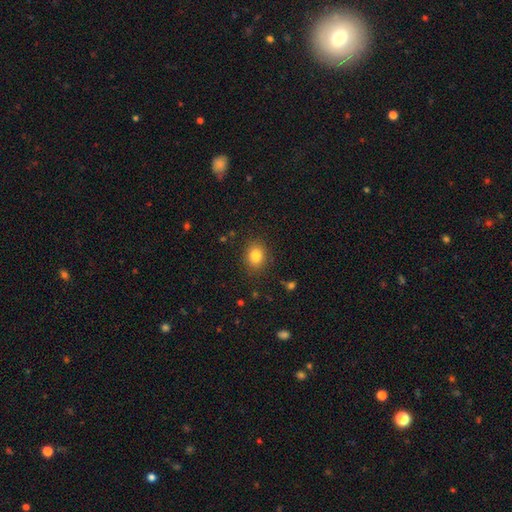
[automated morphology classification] A smooth galaxy with no disk features (83%) that is round (61%). Merging: none (87%).